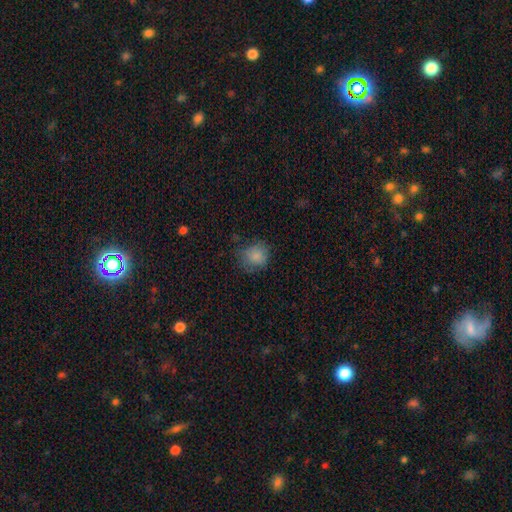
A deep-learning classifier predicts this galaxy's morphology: Overall: smooth (83%). How rounded: round (79%). Merging: none (67%).